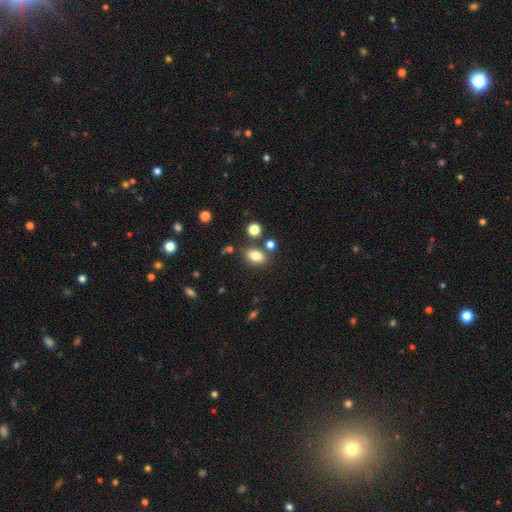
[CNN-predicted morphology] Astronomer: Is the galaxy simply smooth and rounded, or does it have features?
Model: smooth — 81%.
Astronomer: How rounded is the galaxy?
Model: in between — 80%.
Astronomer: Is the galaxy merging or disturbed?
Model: none — 74%.